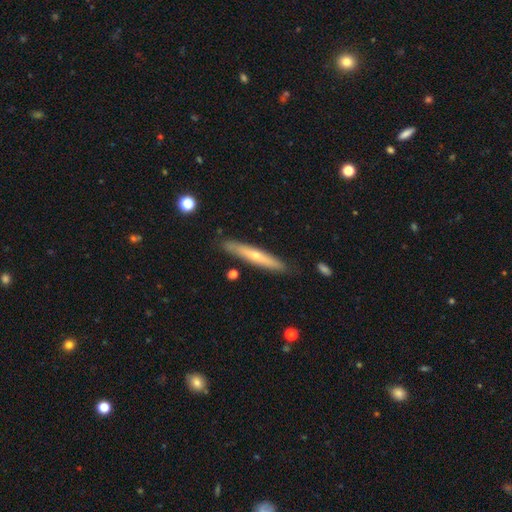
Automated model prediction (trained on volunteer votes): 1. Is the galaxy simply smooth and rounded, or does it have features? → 55% featured or disk, 38% smooth, 6% star or artifact.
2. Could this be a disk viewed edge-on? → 88% yes, 12% no.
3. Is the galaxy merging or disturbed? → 87% none, 10% minor disturbance, 2% merger, 2% major disturbance.